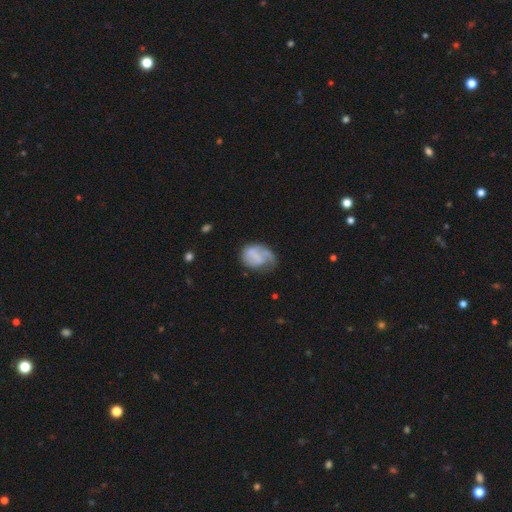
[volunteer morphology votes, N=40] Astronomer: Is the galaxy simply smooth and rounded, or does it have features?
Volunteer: smooth — 55% (runner-up: featured or disk, 40%).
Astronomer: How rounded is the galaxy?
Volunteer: round — 55% (runner-up: in between, 45%).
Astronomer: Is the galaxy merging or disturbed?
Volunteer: minor disturbance — 42% (runner-up: none, 34%).